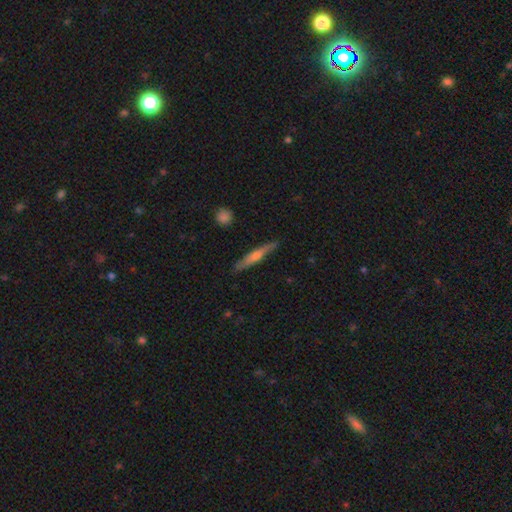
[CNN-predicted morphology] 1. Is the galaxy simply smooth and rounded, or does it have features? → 59% featured or disk, 35% smooth, 6% star or artifact.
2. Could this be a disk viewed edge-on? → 95% yes, 5% no.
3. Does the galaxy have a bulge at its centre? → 73% rounded, 19% none, 7% boxy.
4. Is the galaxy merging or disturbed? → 88% none, 9% minor disturbance, 2% major disturbance, 1% merger.